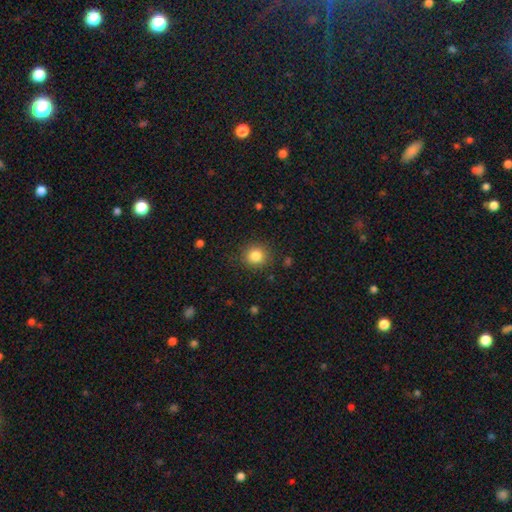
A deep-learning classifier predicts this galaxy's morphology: smooth_or_featured: smooth (p=0.83) [alt: star or artifact p=0.11]
how_rounded: round (p=0.86) [alt: in between p=0.13]
merging: none (p=0.88) [alt: minor disturbance p=0.08]